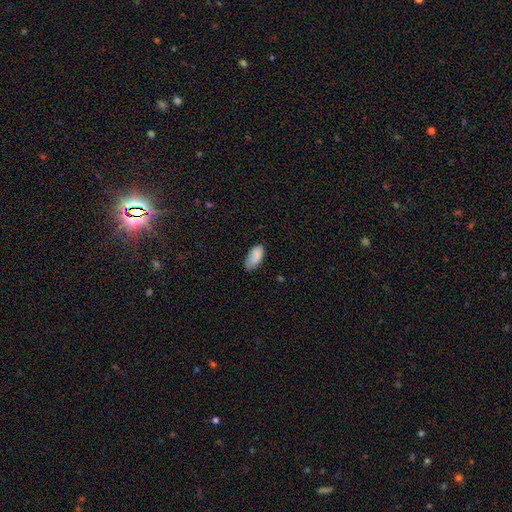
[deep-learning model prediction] Q: Smooth or featured?
A: smooth (85%); runner-up: featured or disk (8%)
Q: How rounded?
A: in between (93%); runner-up: cigar-shaped (5%)
Q: Merging?
A: none (66%); runner-up: minor disturbance (27%)